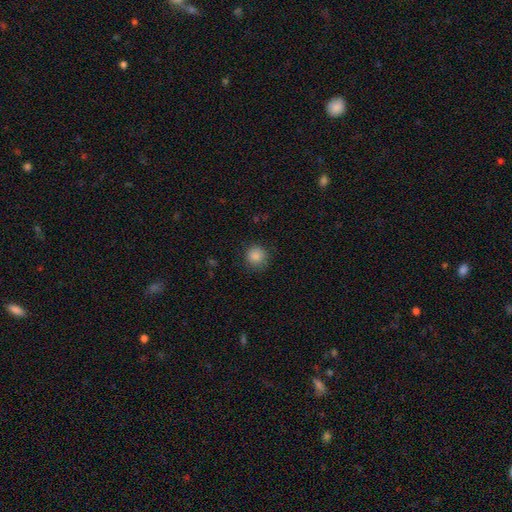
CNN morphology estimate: A smooth galaxy with no disk features (87%) that is round (92%). Merging: none (85%).